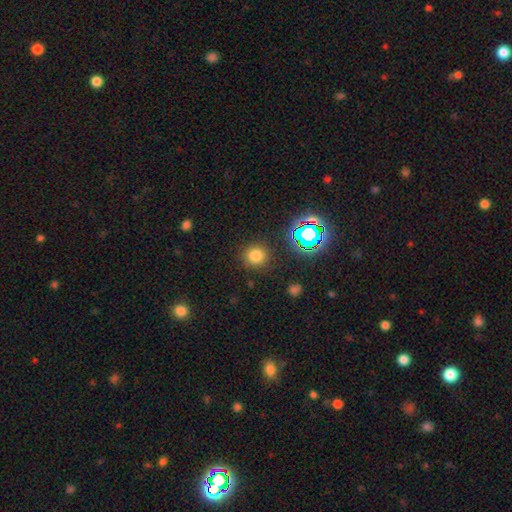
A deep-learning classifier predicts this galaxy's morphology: Smooth or featured?
  - smooth: 74% *
  - star or artifact: 20%
  - featured or disk: 6%
How rounded?
  - round: 91% *
  - in between: 8%
  - cigar-shaped: 1%
Merging?
  - none: 87% *
  - minor disturbance: 7%
  - major disturbance: 3%
  - merger: 2%